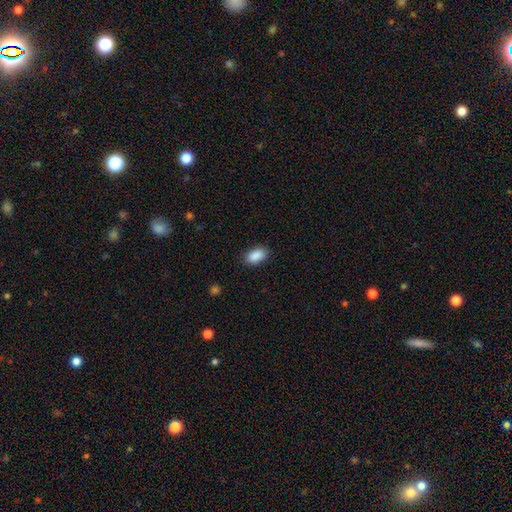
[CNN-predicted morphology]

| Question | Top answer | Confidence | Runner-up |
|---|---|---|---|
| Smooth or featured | smooth | 90% | star or artifact (7%) |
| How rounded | in between | 93% | round (4%) |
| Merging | none | 87% | minor disturbance (9%) |